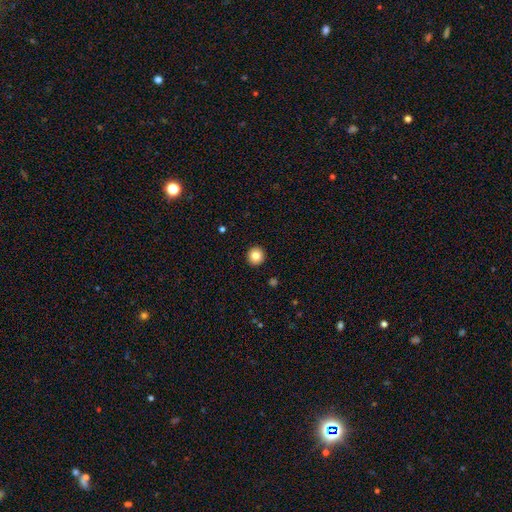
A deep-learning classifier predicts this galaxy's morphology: smooth-or-featured: smooth: 83% | star or artifact: 10% | featured or disk: 7%
  how-rounded: round: 95% | in between: 4% | cigar-shaped: 1%
  merging: none: 93% | minor disturbance: 4% | major disturbance: 1% | merger: 1%